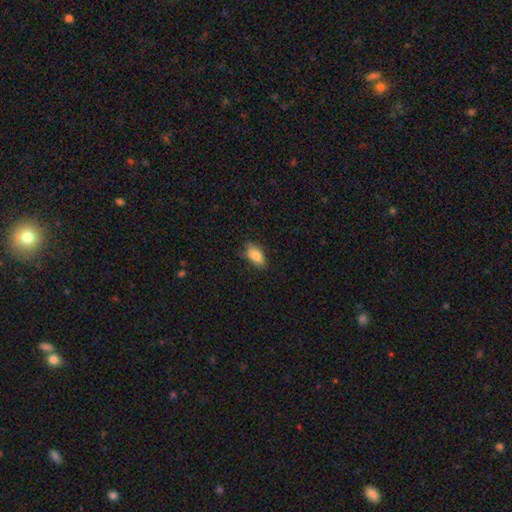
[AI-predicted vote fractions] smooth-or-featured: smooth: 84% | featured or disk: 8% | star or artifact: 7%
  how-rounded: in between: 90% | cigar-shaped: 6% | round: 5%
  merging: none: 74% | minor disturbance: 21% | major disturbance: 4% | merger: 1%